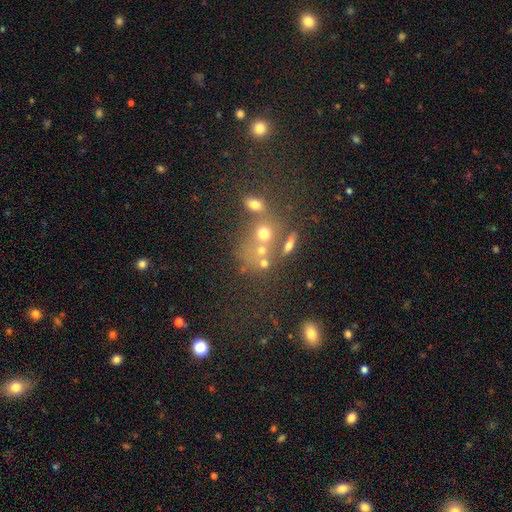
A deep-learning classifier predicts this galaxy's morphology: A smooth galaxy with no disk features (48%). Merging: merger (42%).